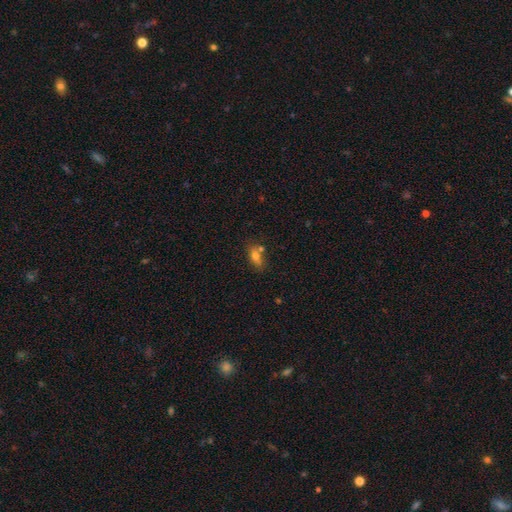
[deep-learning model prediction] Q: Smooth or featured?
A: smooth (70%); runner-up: featured or disk (18%)
Q: How rounded?
A: in between (76%); runner-up: round (12%)
Q: Merging?
A: none (55%); runner-up: merger (24%)